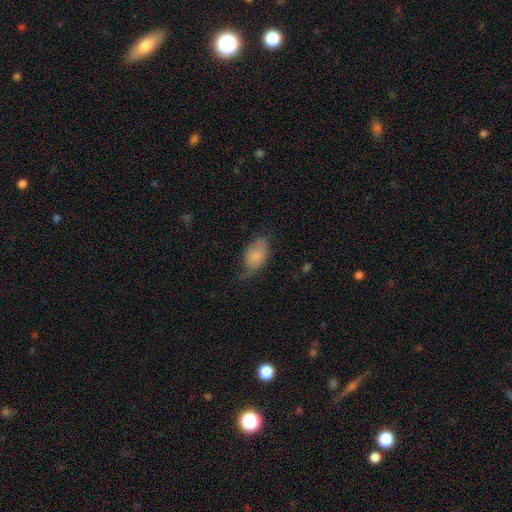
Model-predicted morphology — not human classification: A smooth galaxy with no disk features (75%) that is in between round and cigar-shaped (91%). Merging: none (43%).